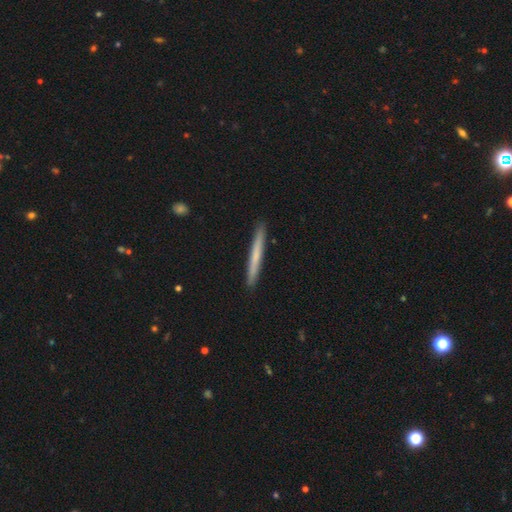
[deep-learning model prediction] Smooth or featured? Predicted: smooth (p=0.62). How rounded? Predicted: cigar-shaped (p=0.97). Merging? Predicted: none (p=0.92).